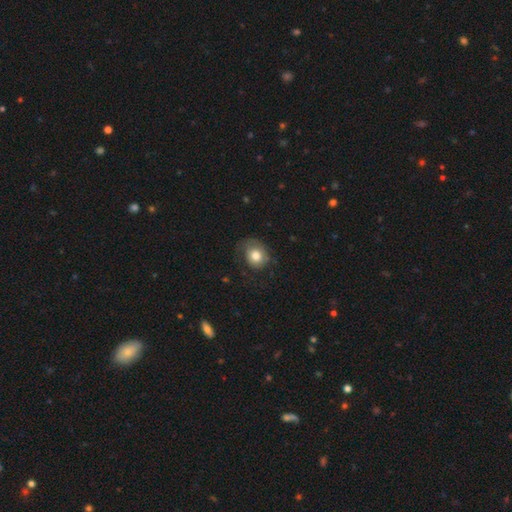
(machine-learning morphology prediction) Smooth or featured: smooth — 72% (featured or disk — 20%)
How rounded: round — 65% (in between — 34%)
Merging: none — 54% (minor disturbance — 25%)